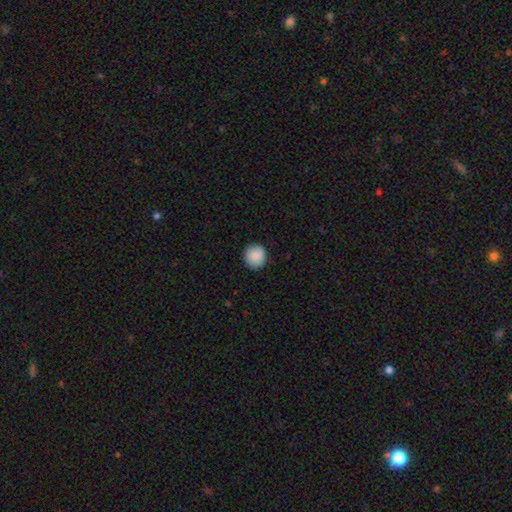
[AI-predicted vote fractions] A smooth galaxy with no disk features (89%) that is round (89%). Merging: none (87%).